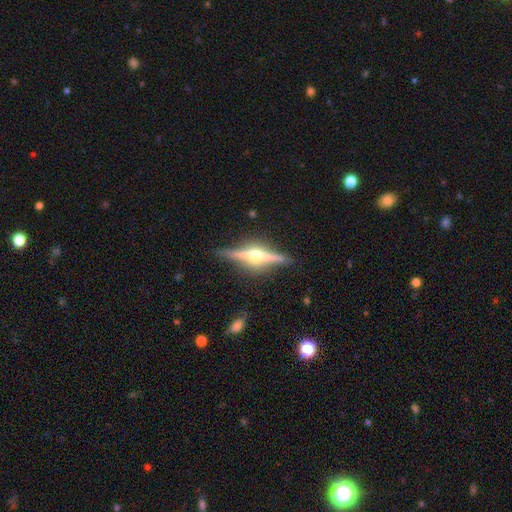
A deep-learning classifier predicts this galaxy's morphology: smooth-or-featured: featured or disk: 83% | smooth: 12% | star or artifact: 6%
  disk-edge-on: yes: 97% | no: 3%
    edge-on-bulge: rounded: 95% | boxy: 3% | none: 2%
  merging: none: 87% | minor disturbance: 9% | major disturbance: 2% | merger: 1%